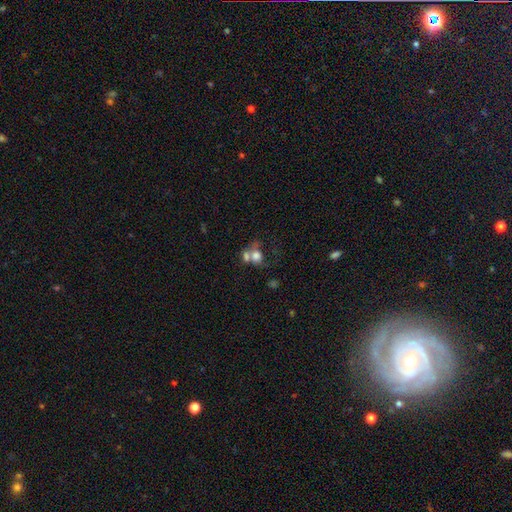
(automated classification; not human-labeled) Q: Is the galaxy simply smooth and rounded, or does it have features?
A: smooth — 67%.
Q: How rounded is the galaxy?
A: round — 59%.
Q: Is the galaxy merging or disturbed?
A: merger — 54%.